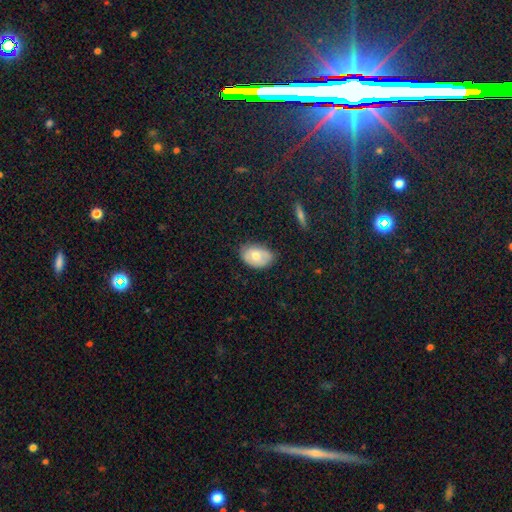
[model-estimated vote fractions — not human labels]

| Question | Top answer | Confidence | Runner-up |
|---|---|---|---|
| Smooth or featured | smooth | 65% | featured or disk (28%) |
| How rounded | in between | 86% | round (13%) |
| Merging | none | 75% | minor disturbance (20%) |